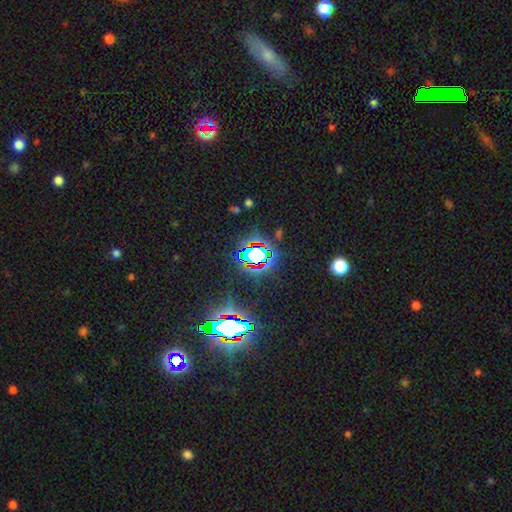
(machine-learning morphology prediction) Q: Smooth or featured?
A: star or artifact (72%); runner-up: smooth (17%)